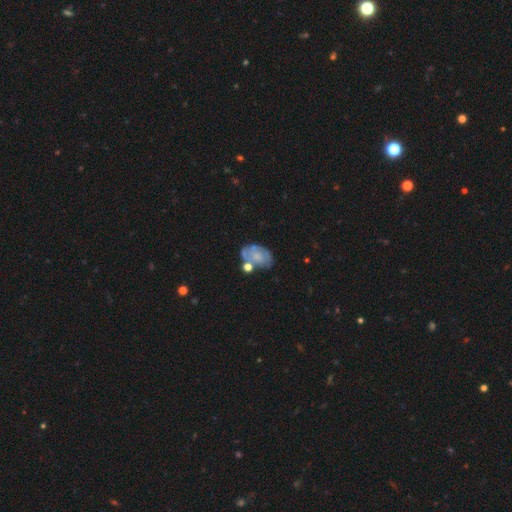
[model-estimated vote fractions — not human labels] Smooth or featured? Predicted: featured or disk (p=0.52). Edge-on disk? Predicted: no (p=0.97). Bar? Predicted: no (p=0.83). Spiral arms? Predicted: no (p=0.52). Bulge size? Predicted: none (p=0.34). Merging? Predicted: none (p=0.46).